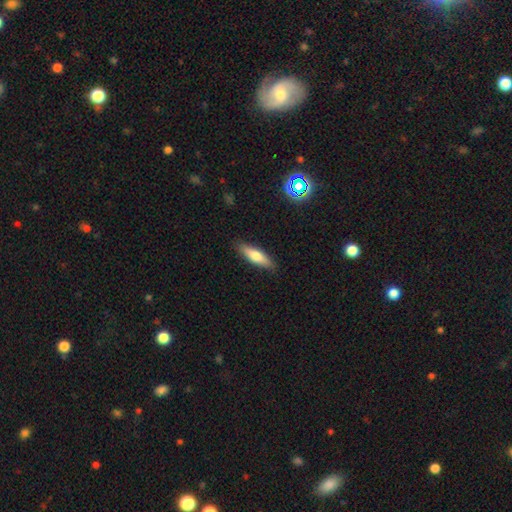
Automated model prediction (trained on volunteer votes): Overall: smooth (68%). How rounded: cigar-shaped (62%; in between 36%). Merging: none (87%).